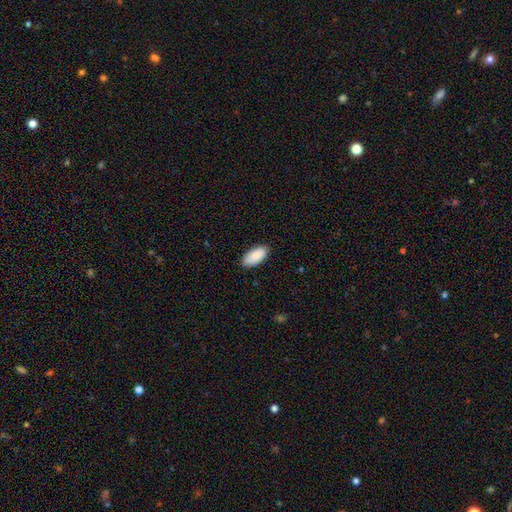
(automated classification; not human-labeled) A smooth galaxy with no disk features (89%) that is in between round and cigar-shaped (93%).

Vote fractions:
- Smooth or featured? smooth: 89% / star or artifact: 6% / featured or disk: 5%
- How rounded? in between: 93% / cigar-shaped: 5% / round: 2%
- Merging? none: 86% / minor disturbance: 11% / major disturbance: 2% / merger: 1%